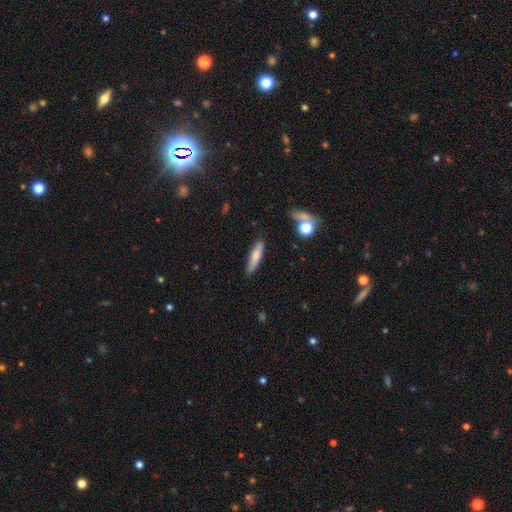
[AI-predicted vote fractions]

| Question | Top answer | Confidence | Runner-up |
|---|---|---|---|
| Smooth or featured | smooth | 71% | featured or disk (22%) |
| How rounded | cigar-shaped | 80% | in between (18%) |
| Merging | none | 84% | minor disturbance (11%) |